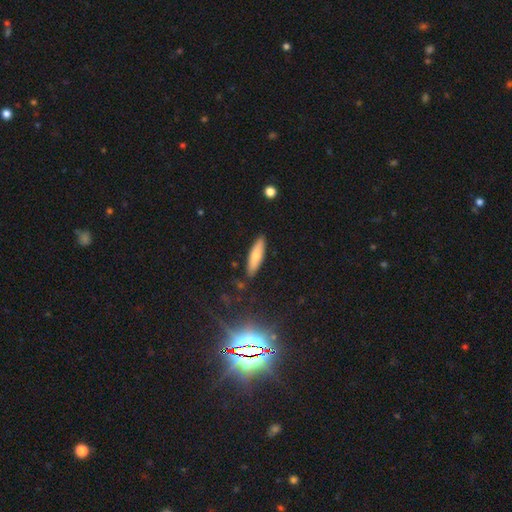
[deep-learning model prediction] Smooth or featured? Predicted: smooth (p=0.71). How rounded? Predicted: cigar-shaped (p=0.66). Merging? Predicted: none (p=0.87).